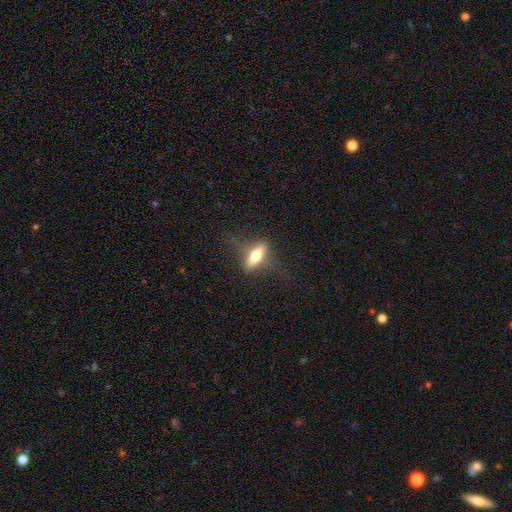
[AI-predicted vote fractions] Overall: featured or disk (47%; smooth 46%). Merging: none (69%).